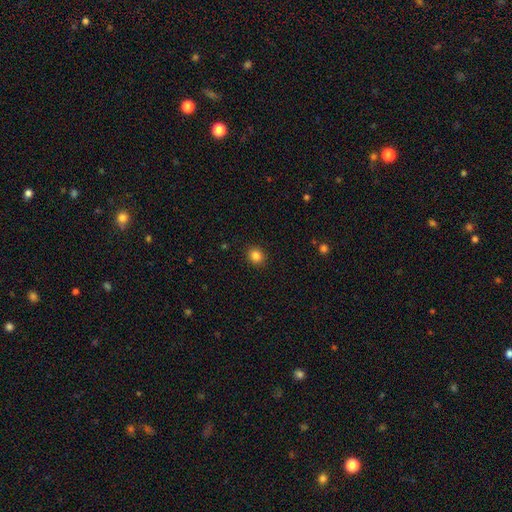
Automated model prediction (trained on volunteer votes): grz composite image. It shows a smooth galaxy with no disk features (84%) that is round (80%). Merging: none (91%).